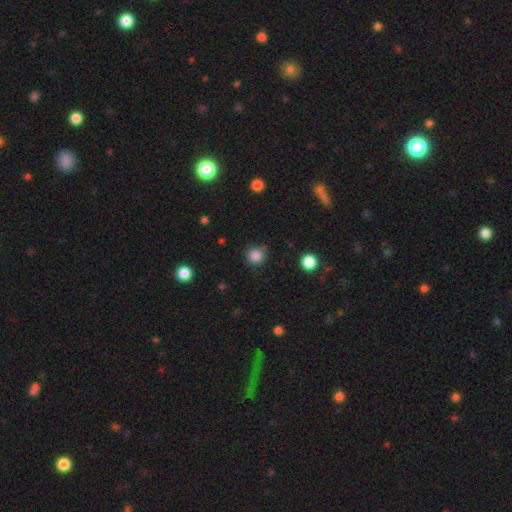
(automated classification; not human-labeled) smooth-or-featured: smooth: 84% | star or artifact: 12% | featured or disk: 4%
  how-rounded: round: 94% | in between: 5% | cigar-shaped: 1%
  merging: none: 86% | minor disturbance: 8% | major disturbance: 3% | merger: 3%